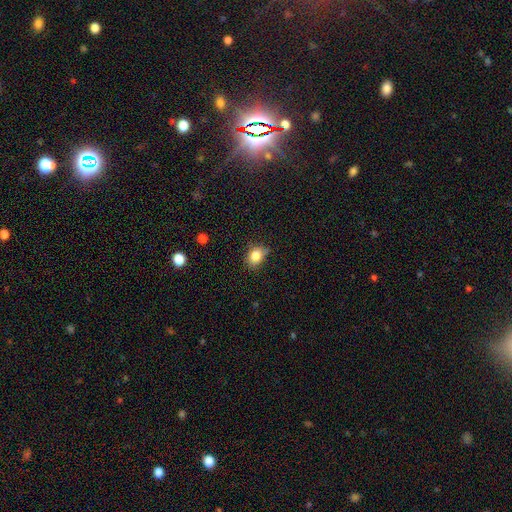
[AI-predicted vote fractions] This is clearly a smooth galaxy (83%). How rounded: possibly in between (51%). Merging: likely none (65%).